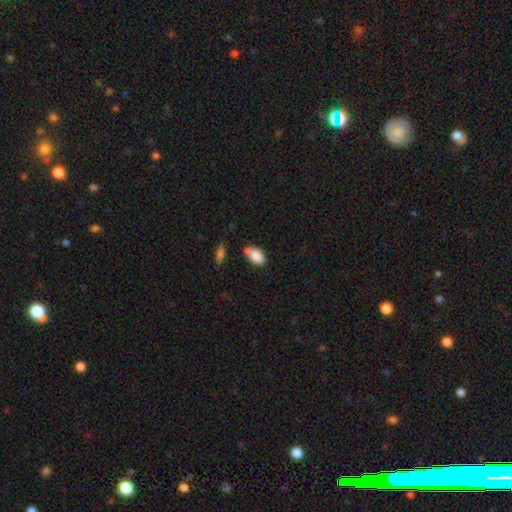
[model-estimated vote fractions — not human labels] Smooth or featured?
  - smooth: 85% *
  - star or artifact: 8%
  - featured or disk: 7%
How rounded?
  - in between: 90% *
  - round: 8%
  - cigar-shaped: 2%
Merging?
  - none: 50% *
  - minor disturbance: 25%
  - merger: 18%
  - major disturbance: 7%